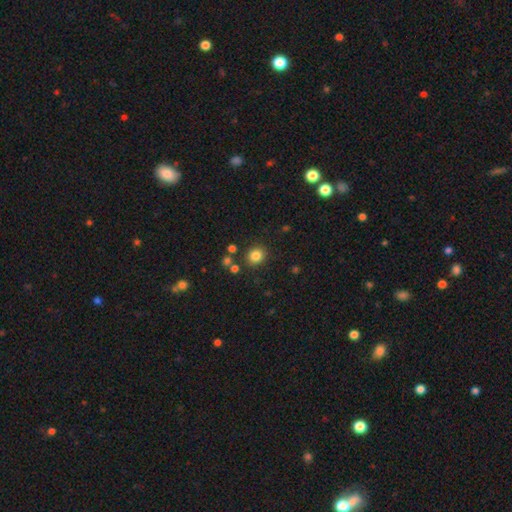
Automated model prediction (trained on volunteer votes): smooth_or_featured: smooth (p=0.82) [alt: star or artifact p=0.12]
how_rounded: round (p=0.84) [alt: in between p=0.15]
merging: none (p=0.84) [alt: minor disturbance p=0.08]